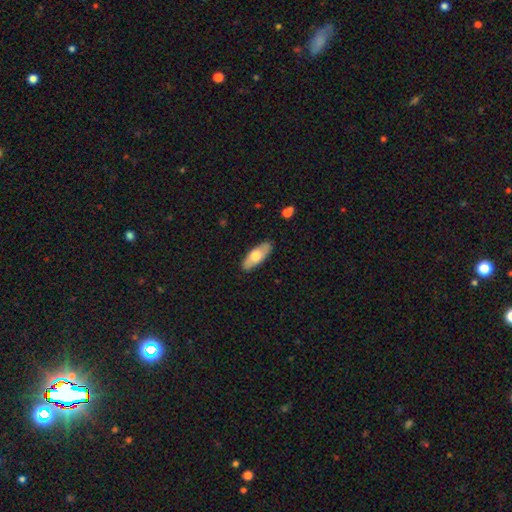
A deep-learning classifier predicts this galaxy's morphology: The model was most divided on "smooth or featured": smooth: 62%, featured or disk: 33%, star or artifact: 5%. More confident: merging — none (88%); how rounded — in between (77%).